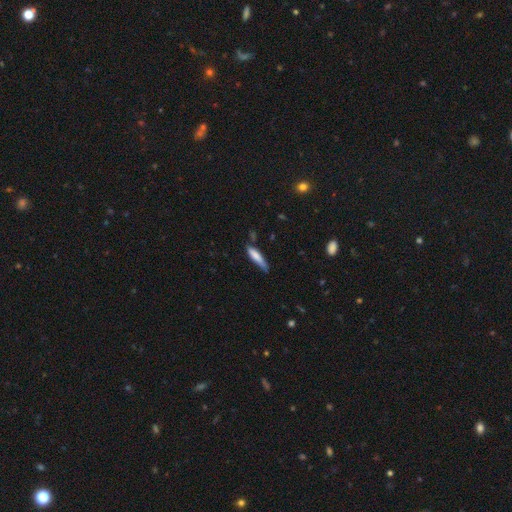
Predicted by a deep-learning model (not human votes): Morphology: type=smooth (76%); roundness=cigar-shaped (79%); merging=none (53%).